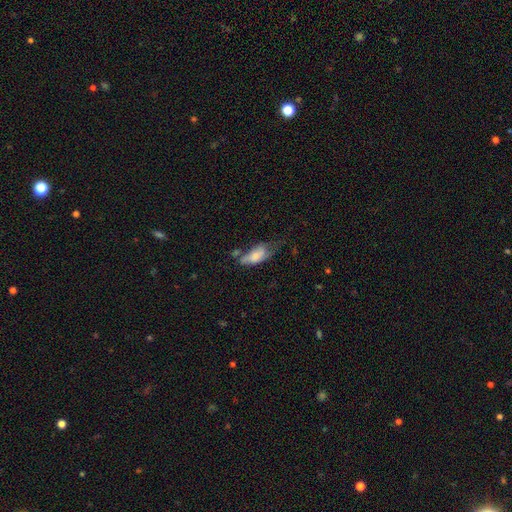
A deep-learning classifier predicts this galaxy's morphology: Smooth or featured?
  - smooth: 66% *
  - featured or disk: 25%
  - star or artifact: 9%
How rounded?
  - in between: 83% *
  - cigar-shaped: 14%
  - round: 3%
Merging?
  - major disturbance: 33% *
  - minor disturbance: 29%
  - none: 24%
  - merger: 14%